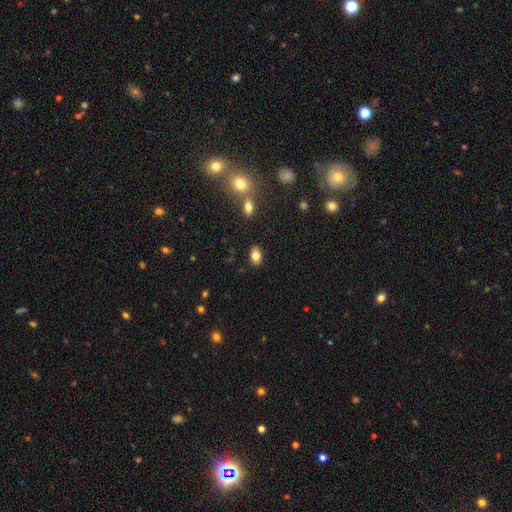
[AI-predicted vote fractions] Smooth or featured? smooth (81%)
How rounded? in between (86%)
Merging? none (86%)